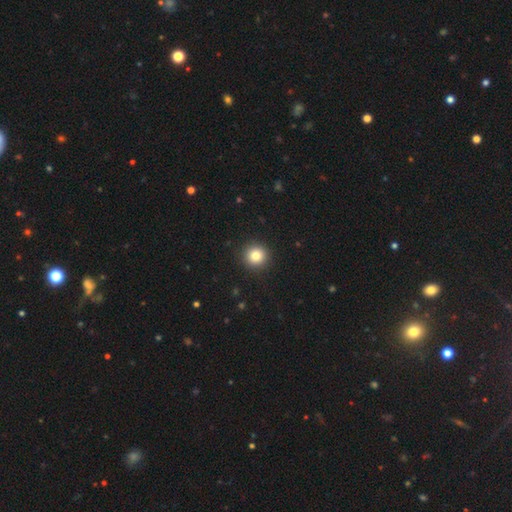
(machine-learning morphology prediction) Smooth or featured? smooth (82%)
How rounded? round (95%)
Merging? none (92%)